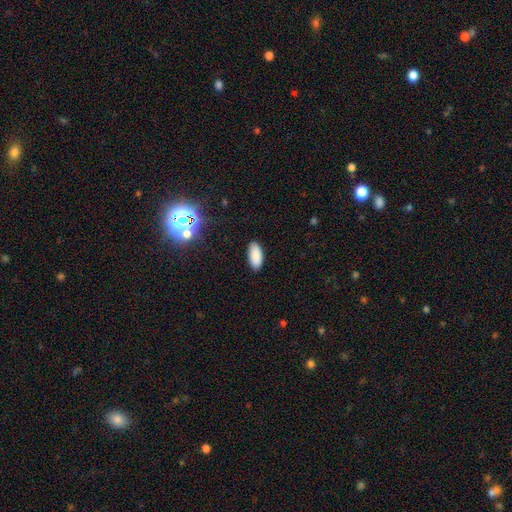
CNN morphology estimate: smooth 87%, star or artifact 9%, featured or disk 4%. Down the decision tree: how rounded — in between (91%); merging — none (89%).